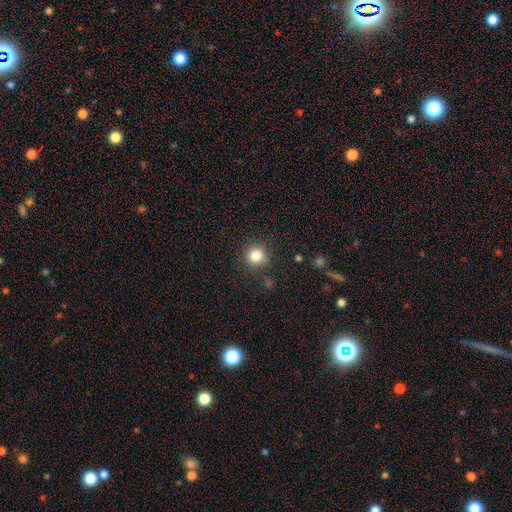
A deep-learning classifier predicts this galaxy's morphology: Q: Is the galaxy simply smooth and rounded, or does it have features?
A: smooth — 82%.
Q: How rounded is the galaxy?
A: round — 93%.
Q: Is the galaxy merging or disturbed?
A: none — 87%.